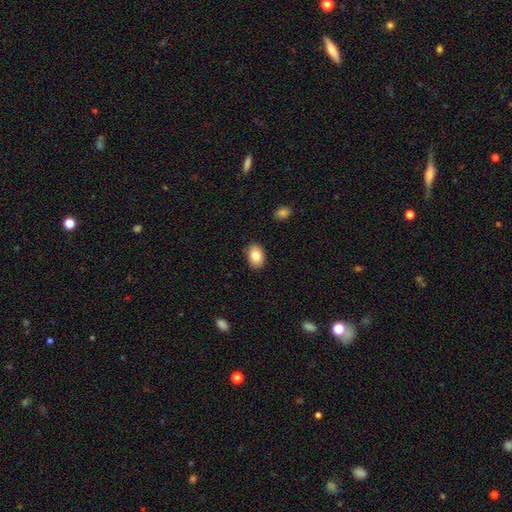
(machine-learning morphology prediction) Q: Smooth or featured?
A: smooth (83%); runner-up: featured or disk (9%)
Q: How rounded?
A: in between (79%); runner-up: round (20%)
Q: Merging?
A: none (88%); runner-up: minor disturbance (9%)